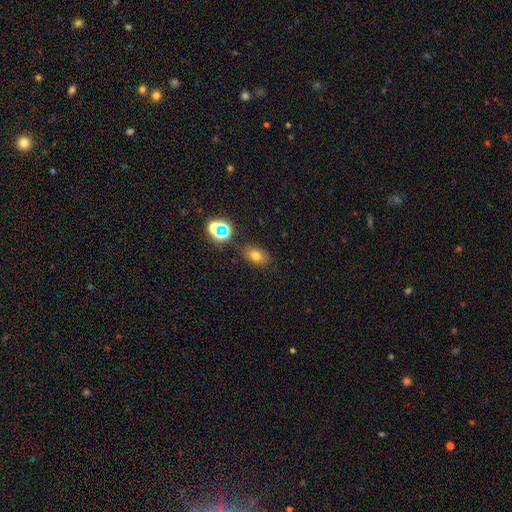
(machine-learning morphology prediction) Smooth or featured?
  - smooth: 69% *
  - star or artifact: 18%
  - featured or disk: 13%
How rounded?
  - in between: 78% *
  - round: 20%
  - cigar-shaped: 2%
Merging?
  - none: 80% *
  - minor disturbance: 12%
  - merger: 4%
  - major disturbance: 4%